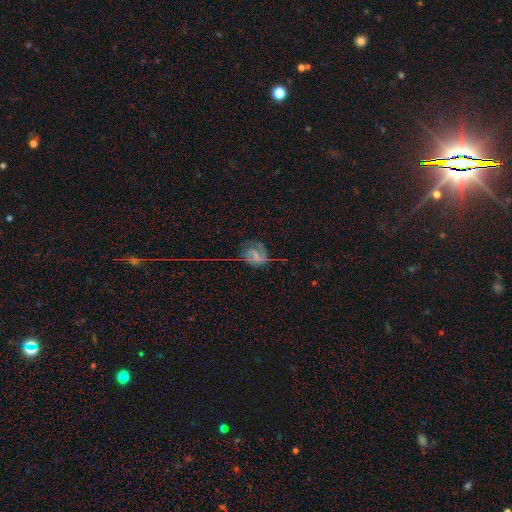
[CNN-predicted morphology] A featured or disk galaxy (41%). Merging: none (64%).